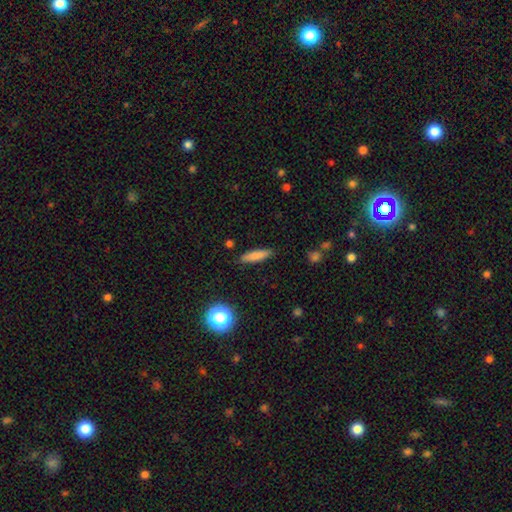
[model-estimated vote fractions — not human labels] smooth 77%, featured or disk 15%, star or artifact 9%. Down the decision tree: how rounded — cigar-shaped (70%); merging — none (87%).